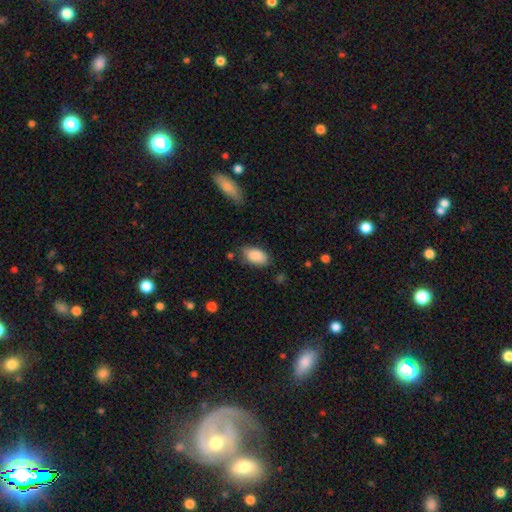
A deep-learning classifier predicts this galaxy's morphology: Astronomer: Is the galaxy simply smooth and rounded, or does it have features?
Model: smooth — 88%.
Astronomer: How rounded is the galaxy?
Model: in between — 93%.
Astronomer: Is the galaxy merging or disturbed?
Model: none — 74%.